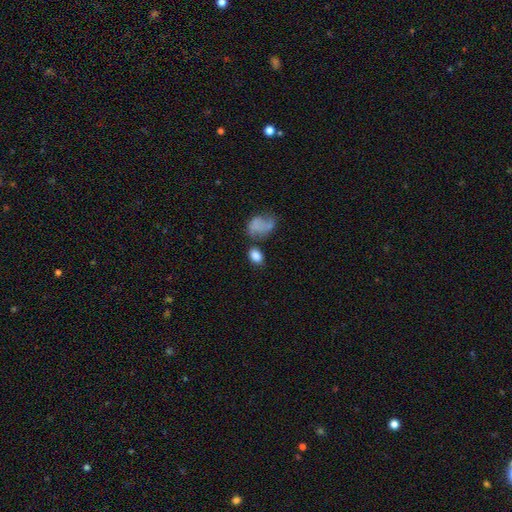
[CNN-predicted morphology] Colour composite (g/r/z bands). It shows a smooth galaxy with no disk features (83%) that is in between round and cigar-shaped (80%). Merging: none (64%).